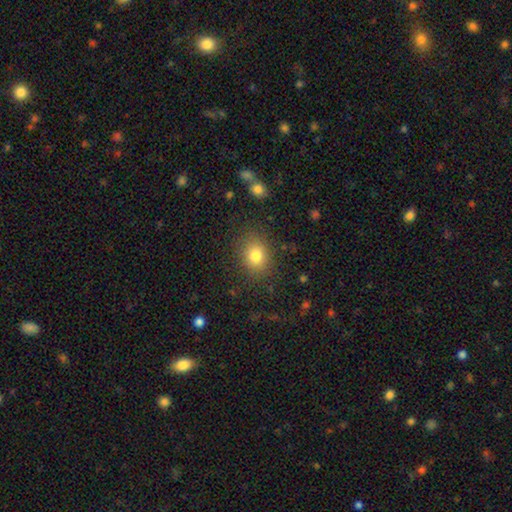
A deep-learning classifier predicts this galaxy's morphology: A smooth galaxy with no disk features (80%) that is round (51%). Merging: none (83%).